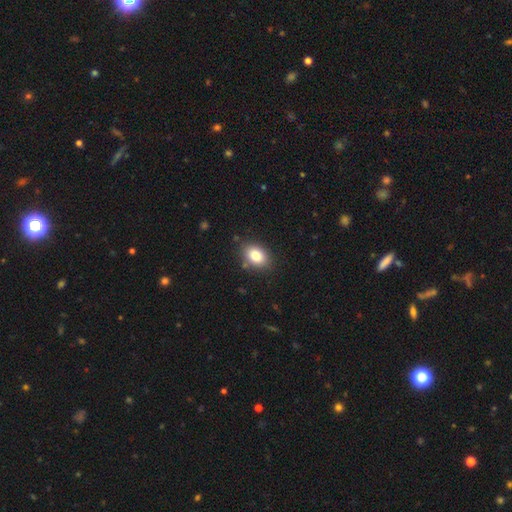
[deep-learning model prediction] This is clearly a smooth galaxy (82%). How rounded: likely in between (77%). Merging: clearly none (84%).